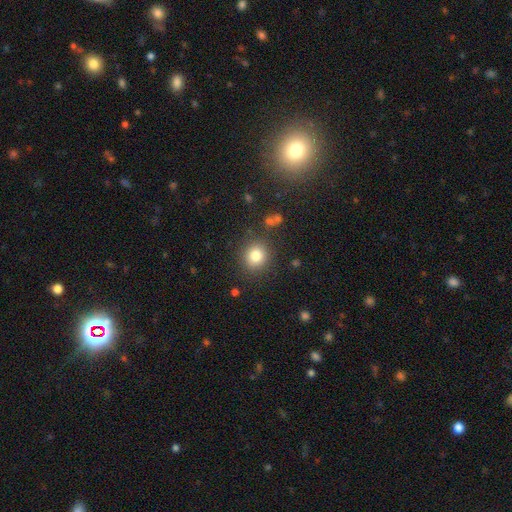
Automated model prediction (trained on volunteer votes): This is clearly a smooth galaxy (81%). How rounded: clearly round (83%). Merging: clearly none (85%).